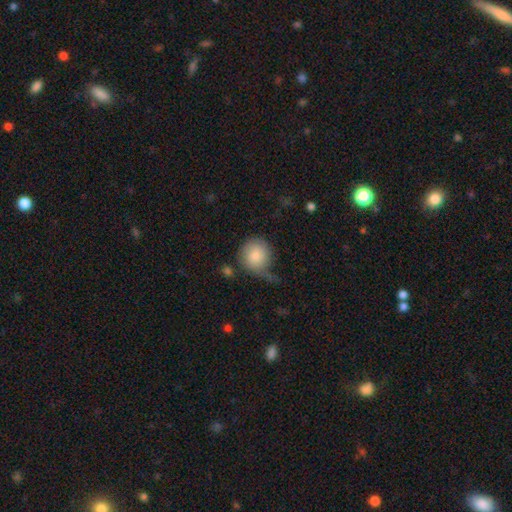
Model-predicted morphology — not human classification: smooth_or_featured: smooth (p=0.84) [alt: featured or disk p=0.10]
how_rounded: round (p=0.90) [alt: in between p=0.09]
merging: none (p=0.46) [alt: minor disturbance p=0.29]